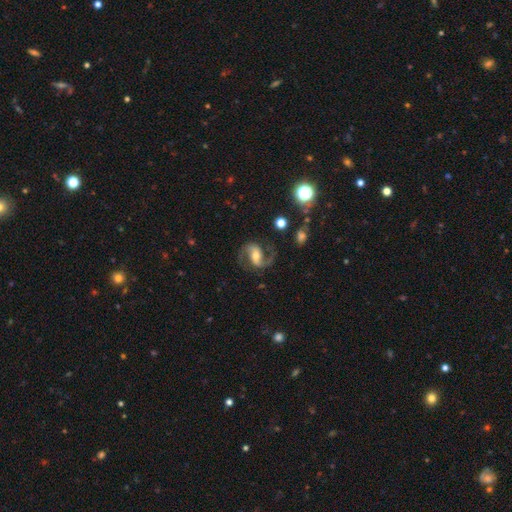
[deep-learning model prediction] A featured or disk galaxy (88%) with a weak bar (38%), 2 (93%) medium (53%) spiral arms (97%) and a moderate central bulge (63%).

Vote fractions:
- Smooth or featured? featured or disk: 88% / smooth: 6% / star or artifact: 6%
- Edge-on disk? no: 98% / yes: 2%
- Bar? weak: 38% / strong: 35% / no: 27%
- Spiral arms? yes: 97% / no: 3%
- Spiral winding? medium: 53% / loose: 36% / tight: 11%
- Spiral arm count? 2: 93% / 1: 3% / can't tell: 2% / 3: 1% / 4: 1% / more than 4: 1%
- Bulge size? moderate: 63% / small: 27% / large: 7% / none: 2% / dominant: 1%
- Merging? none: 78% / minor disturbance: 13% / major disturbance: 8% / merger: 2%